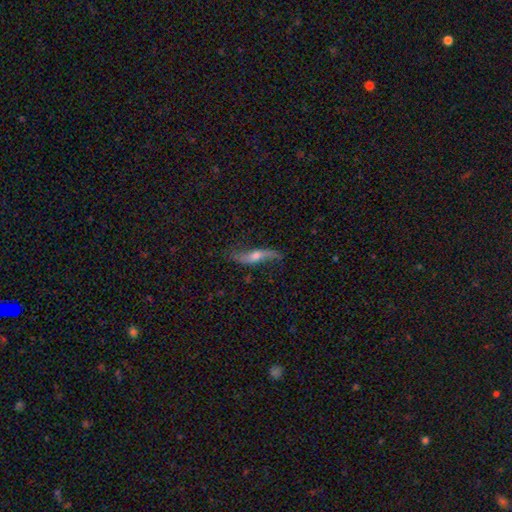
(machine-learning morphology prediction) This is likely a featured or disk galaxy (74%). It is possibly not viewed edge-on (58%). Merging: likely none (76%).